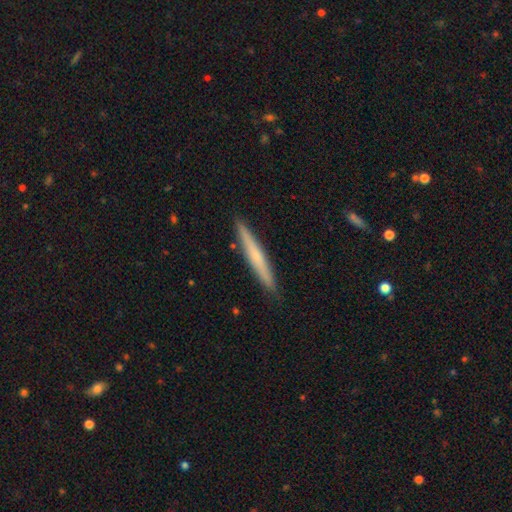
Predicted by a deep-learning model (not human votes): Smooth or featured: smooth — 55% (featured or disk — 40%)
How rounded: cigar-shaped — 96% (in between — 3%)
Merging: none — 91% (minor disturbance — 6%)